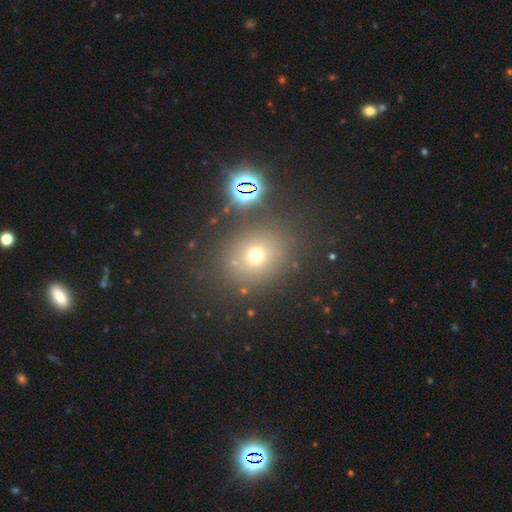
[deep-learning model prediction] Smooth or featured?
  - smooth: 63% *
  - star or artifact: 25%
  - featured or disk: 12%
How rounded?
  - round: 74% *
  - in between: 25%
  - cigar-shaped: 1%
Merging?
  - none: 80% *
  - minor disturbance: 9%
  - merger: 6%
  - major disturbance: 5%